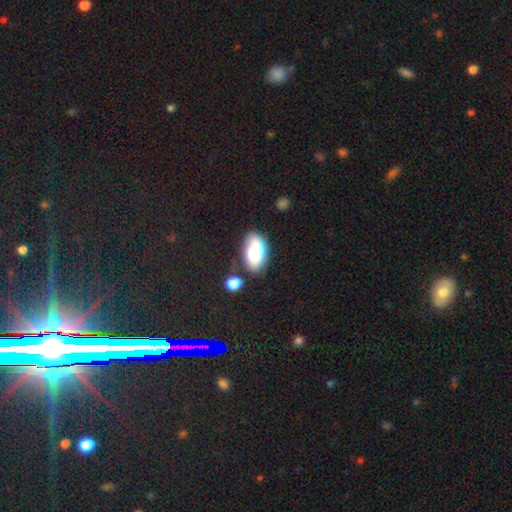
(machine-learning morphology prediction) The model was most divided on "merging": none: 56%, minor disturbance: 22%, merger: 15%, major disturbance: 7%. More confident: how rounded — in between (93%); smooth or featured — smooth (78%).